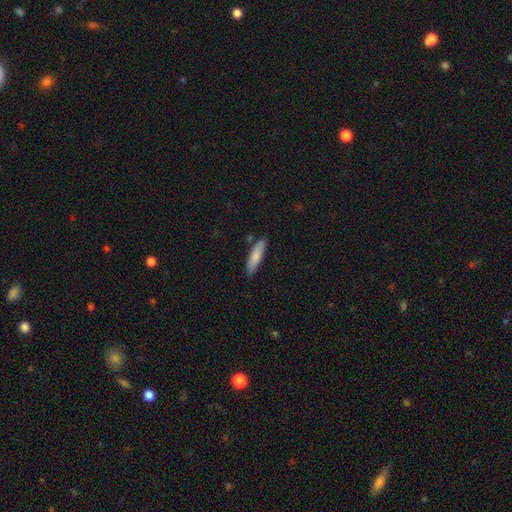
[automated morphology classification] A smooth galaxy with no disk features (81%) that is cigar-shaped (71%).

Vote fractions:
- Smooth or featured? smooth: 81% / featured or disk: 14% / star or artifact: 6%
- How rounded? cigar-shaped: 71% / in between: 28% / round: 1%
- Merging? none: 82% / minor disturbance: 12% / merger: 3% / major disturbance: 2%